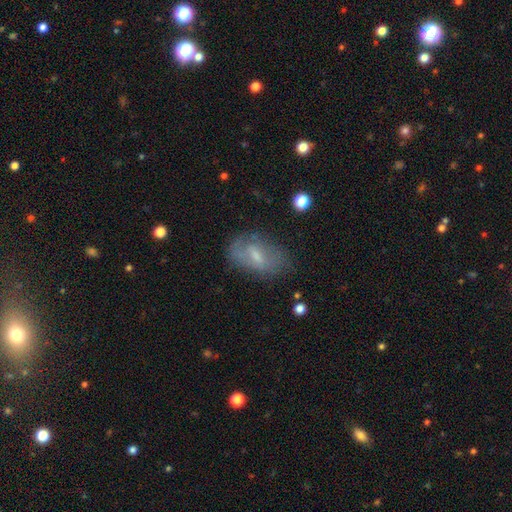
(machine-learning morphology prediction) Smooth or featured?
  - smooth: 48% *
  - featured or disk: 43%
  - star or artifact: 9%
Merging?
  - none: 60% *
  - minor disturbance: 25%
  - major disturbance: 13%
  - merger: 2%